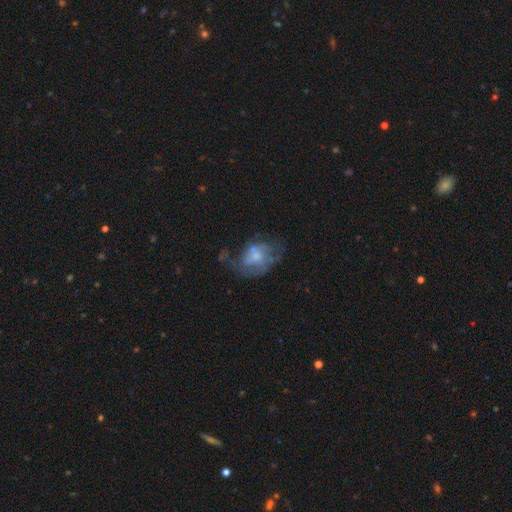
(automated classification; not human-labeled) featured or disk 61%, smooth 30%, star or artifact 9%. Down the decision tree: edge-on disk — no (97%); bar — no (69%); spiral arms — yes (56%); bulge size — moderate (39%); merging — none (34%, tied with major disturbance).